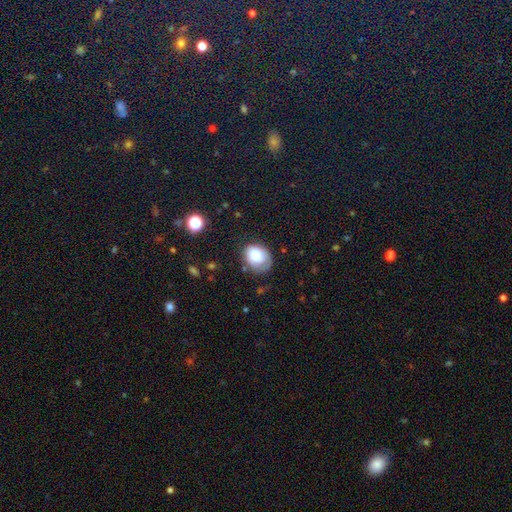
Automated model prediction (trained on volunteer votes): Smooth or featured: smooth — 70% (featured or disk — 22%)
How rounded: in between — 53% (round — 46%)
Merging: none — 63% (minor disturbance — 26%)